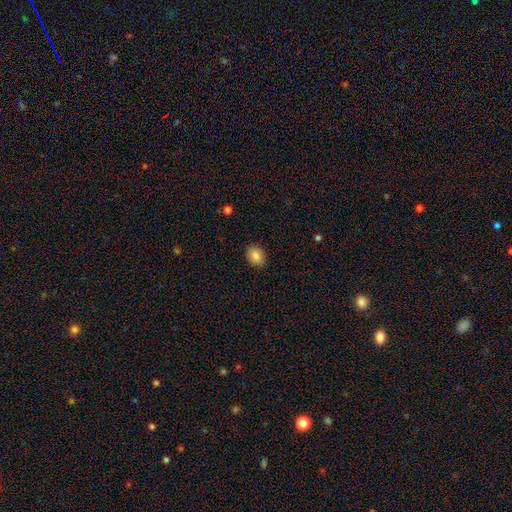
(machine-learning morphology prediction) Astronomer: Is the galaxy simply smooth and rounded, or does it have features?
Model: smooth — 86%.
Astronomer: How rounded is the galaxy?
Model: round — 52% (runner-up: in between, 47%).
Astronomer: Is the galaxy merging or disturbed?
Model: none — 88%.